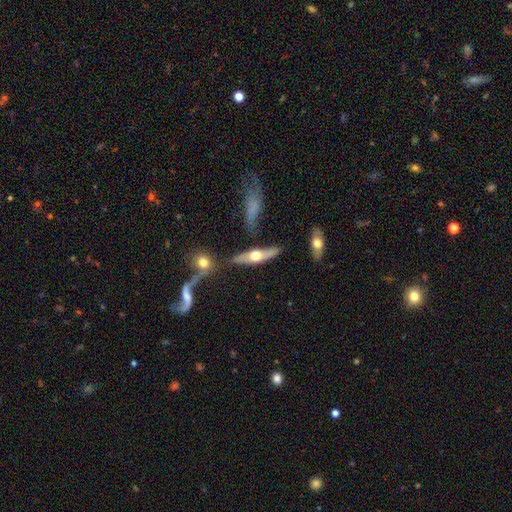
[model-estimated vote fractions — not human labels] Smooth or featured: featured or disk — 61% (smooth — 33%)
Edge-on disk: yes — 86% (no — 14%)
Edge-on bulge: rounded — 95% (boxy — 3%)
Merging: none — 71% (minor disturbance — 15%)